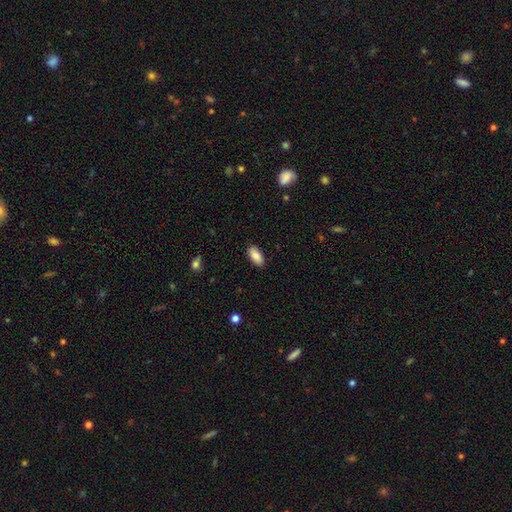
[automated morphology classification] The model was most divided on "merging": none: 88%, minor disturbance: 9%, major disturbance: 2%, merger: 1%. More confident: how rounded — in between (91%); smooth or featured — smooth (87%).